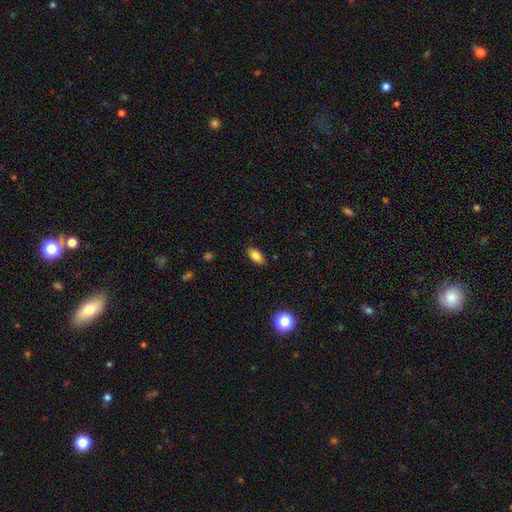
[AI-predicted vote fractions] A smooth galaxy with no disk features (84%) that is in between round and cigar-shaped (90%).

Vote fractions:
- Smooth or featured? smooth: 84% / star or artifact: 9% / featured or disk: 7%
- How rounded? in between: 90% / cigar-shaped: 6% / round: 4%
- Merging? none: 87% / minor disturbance: 9% / major disturbance: 2% / merger: 1%